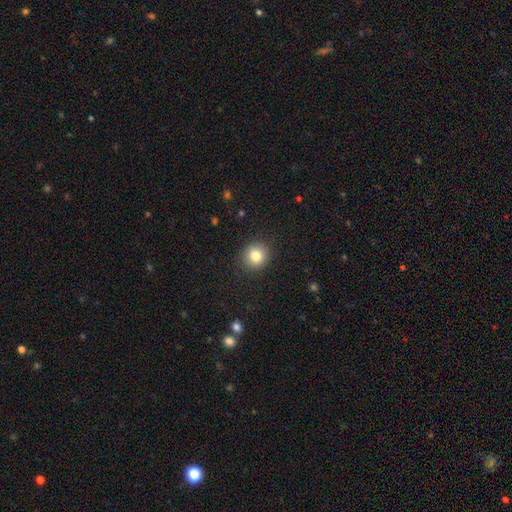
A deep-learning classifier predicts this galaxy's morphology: This is clearly a smooth galaxy (82%). How rounded: clearly round (86%). Merging: clearly none (90%).